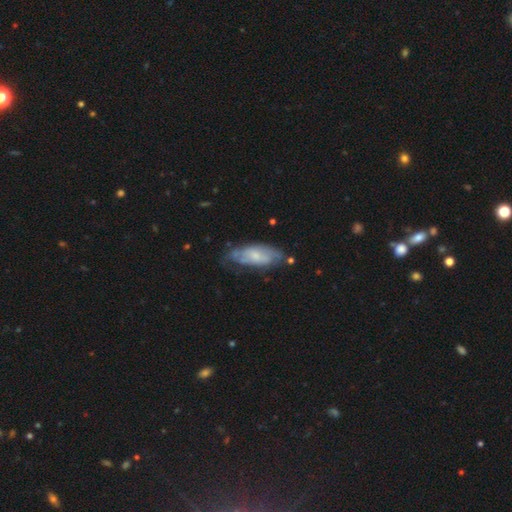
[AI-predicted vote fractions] Morphology: type=featured or disk (48%); merging=none (57%).